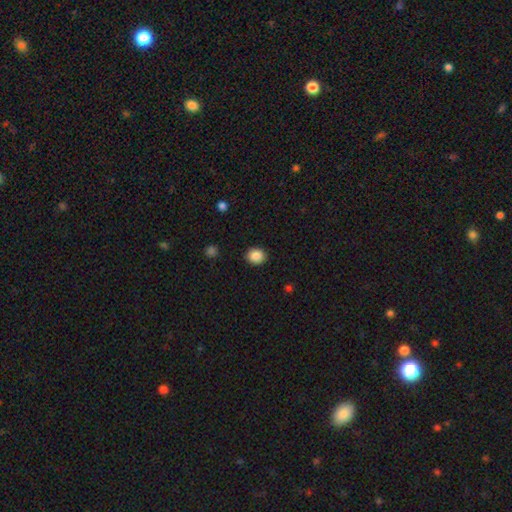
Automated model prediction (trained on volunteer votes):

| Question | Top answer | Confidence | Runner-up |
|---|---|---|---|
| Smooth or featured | smooth | 87% | star or artifact (9%) |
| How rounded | round | 68% | in between (31%) |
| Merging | none | 90% | minor disturbance (7%) |